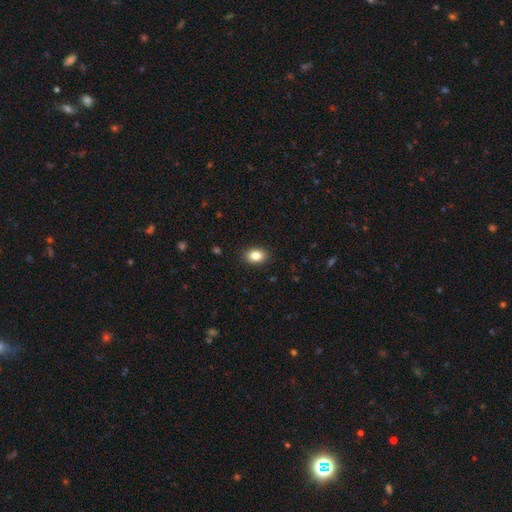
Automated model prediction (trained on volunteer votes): Smooth or featured: smooth — 85% (star or artifact — 9%)
How rounded: in between — 76% (round — 23%)
Merging: none — 90% (minor disturbance — 8%)